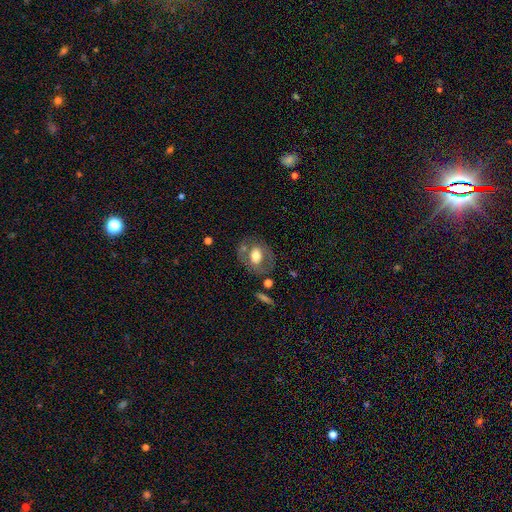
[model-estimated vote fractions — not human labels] A smooth galaxy with no disk features (50%). Merging: none (65%).